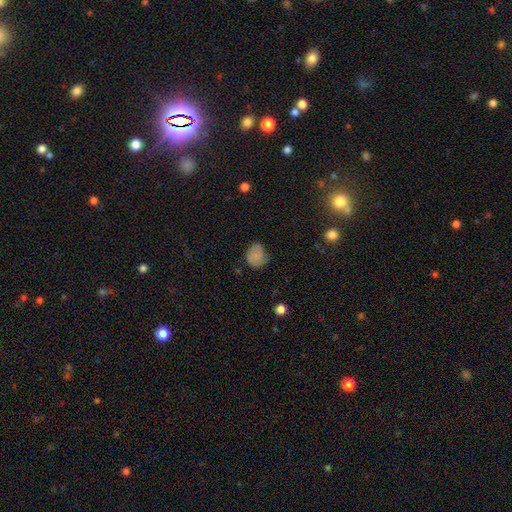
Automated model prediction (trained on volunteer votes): Smooth or featured: smooth — 77% (featured or disk — 12%)
How rounded: round — 58% (in between — 41%)
Merging: none — 58% (minor disturbance — 31%)